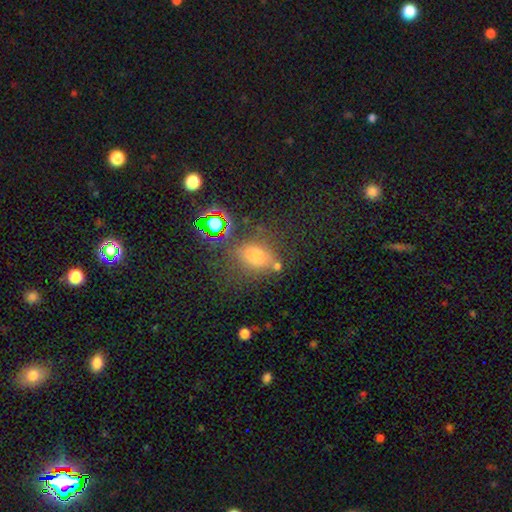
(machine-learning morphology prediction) A smooth galaxy with no disk features (63%) that is in between round and cigar-shaped (62%).

Vote fractions:
- Smooth or featured? smooth: 63% / star or artifact: 26% / featured or disk: 11%
- How rounded? in between: 62% / round: 35% / cigar-shaped: 3%
- Merging? none: 61% / minor disturbance: 19% / merger: 10% / major disturbance: 10%